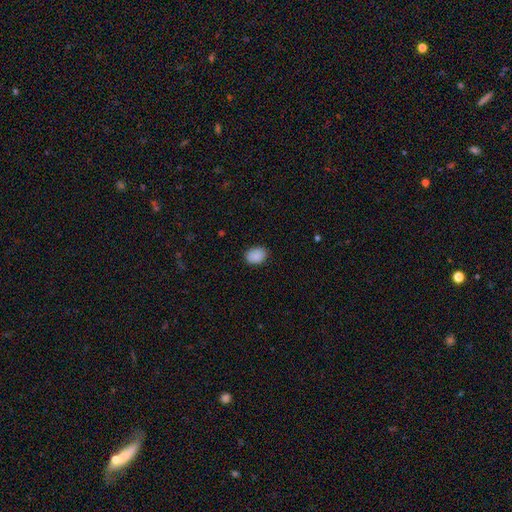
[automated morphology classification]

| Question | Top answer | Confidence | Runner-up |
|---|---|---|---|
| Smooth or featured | smooth | 89% | star or artifact (8%) |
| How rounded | in between | 65% | round (34%) |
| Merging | none | 85% | minor disturbance (12%) |